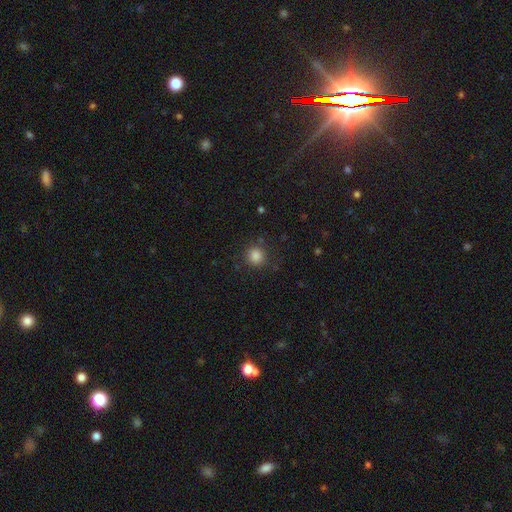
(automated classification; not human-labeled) Smooth or featured? Predicted: smooth (p=0.85). How rounded? Predicted: round (p=0.91). Merging? Predicted: none (p=0.86).